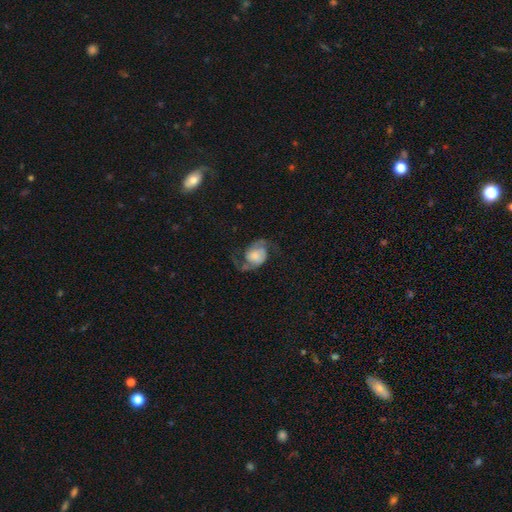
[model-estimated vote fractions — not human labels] Smooth or featured: featured or disk — 77% (smooth — 16%)
Edge-on disk: no — 97% (yes — 3%)
Bar: no — 65% (weak — 27%)
Spiral arms: yes — 94% (no — 6%)
Spiral winding: loose — 51% (medium — 39%)
Spiral arm count: 2 — 93% (can't tell — 2%)
Bulge size: large — 27% (none — 22%)
Merging: none — 62% (minor disturbance — 18%)